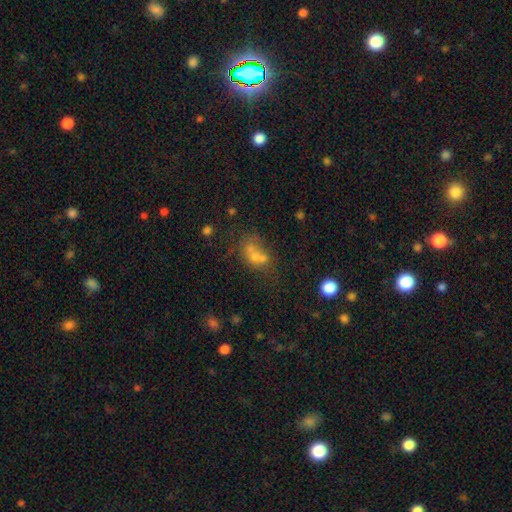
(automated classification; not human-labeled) Smooth or featured: smooth — 56% (featured or disk — 27%)
How rounded: in between — 63% (round — 34%)
Merging: merger — 50% (none — 25%)